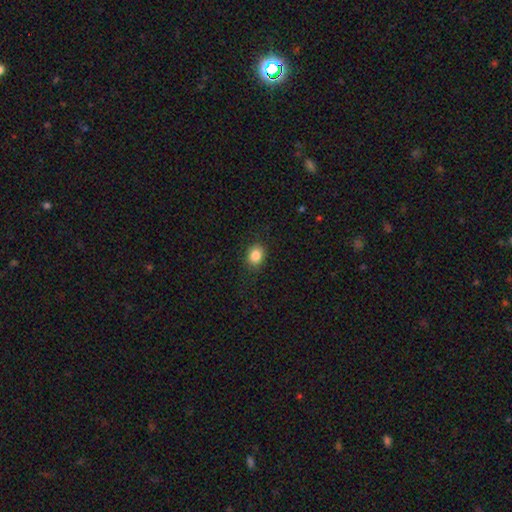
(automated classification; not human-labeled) Smooth or featured?
  - smooth: 85% *
  - star or artifact: 10%
  - featured or disk: 5%
How rounded?
  - round: 56% *
  - in between: 43%
  - cigar-shaped: 1%
Merging?
  - none: 86% *
  - minor disturbance: 10%
  - major disturbance: 3%
  - merger: 1%